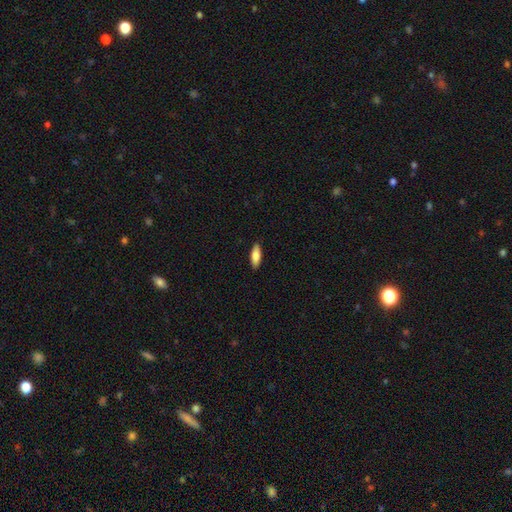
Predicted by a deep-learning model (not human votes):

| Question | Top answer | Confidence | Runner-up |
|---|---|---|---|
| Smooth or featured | smooth | 82% | featured or disk (12%) |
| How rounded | in between | 68% | cigar-shaped (30%) |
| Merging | none | 89% | minor disturbance (8%) |